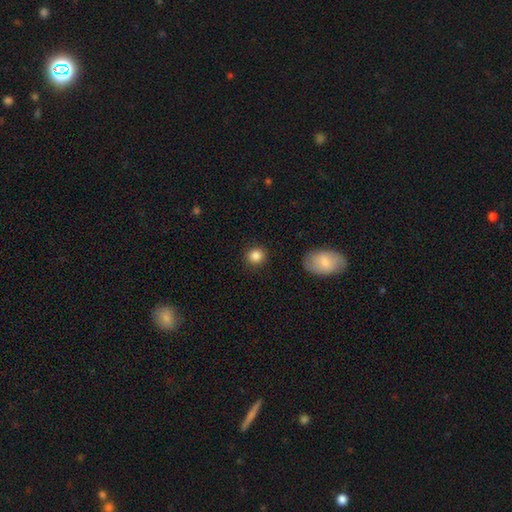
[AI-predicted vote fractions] This appears to be a smooth galaxy with no disk features (86%) that is round (86%). Merging: none (90%).